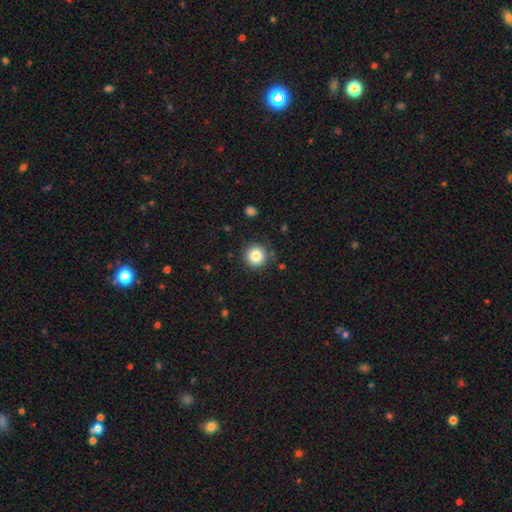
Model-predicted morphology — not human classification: The model was most divided on "smooth or featured": smooth: 84%, star or artifact: 10%, featured or disk: 6%. More confident: how rounded — round (95%); merging — none (88%).